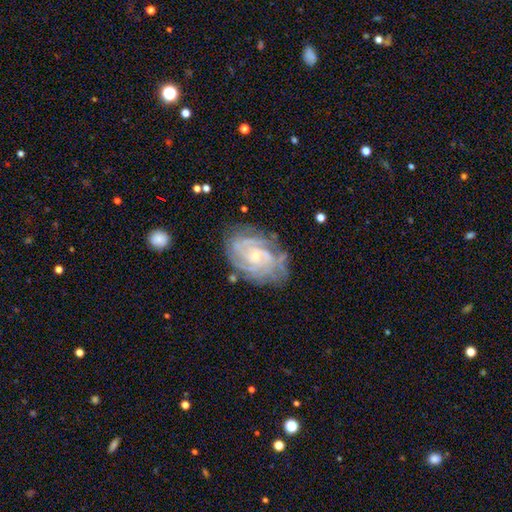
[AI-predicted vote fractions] Morphology: type=featured or disk (86%); edge-on=no (97%); bar=no (69%); spiral arms=yes (97%); winding=tight (74%); arm count=can't tell (30%); bulge=small (72%); merging=none (74%).